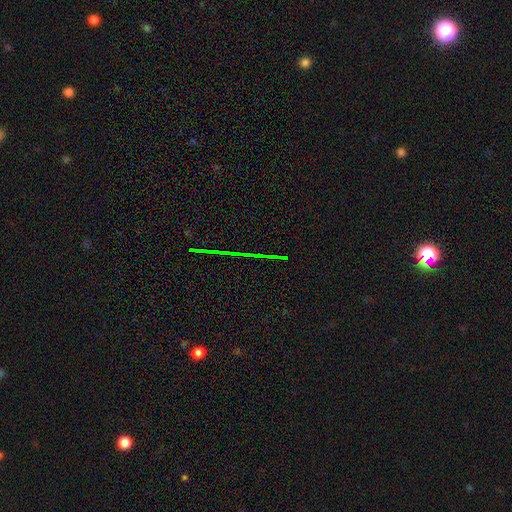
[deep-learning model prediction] smooth_or_featured: star or artifact (p=0.79) [alt: featured or disk p=0.11]